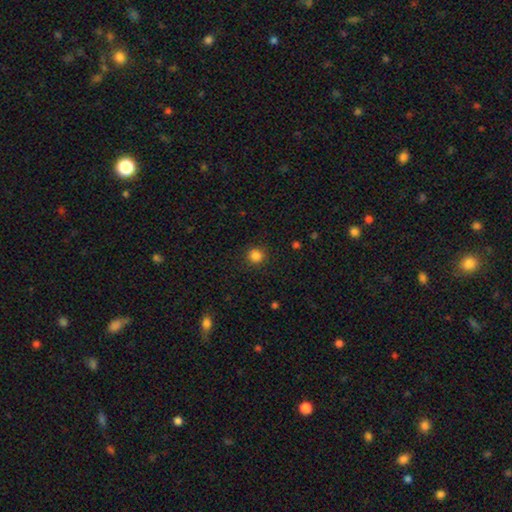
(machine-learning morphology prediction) A smooth galaxy with no disk features (84%) that is round (93%). Merging: none (90%).